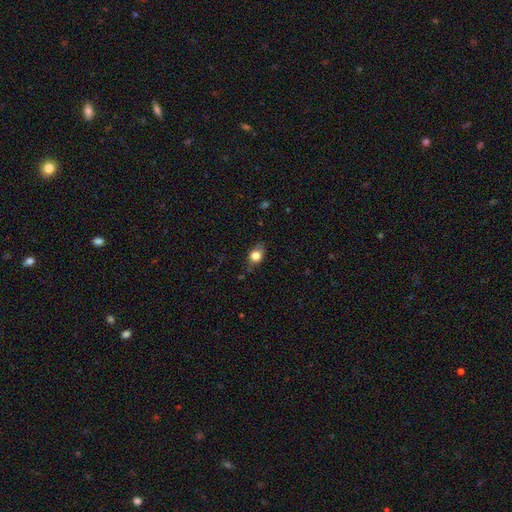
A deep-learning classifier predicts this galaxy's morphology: smooth 79%, featured or disk 11%, star or artifact 9%. Down the decision tree: how rounded — in between (60%); merging — none (70%).